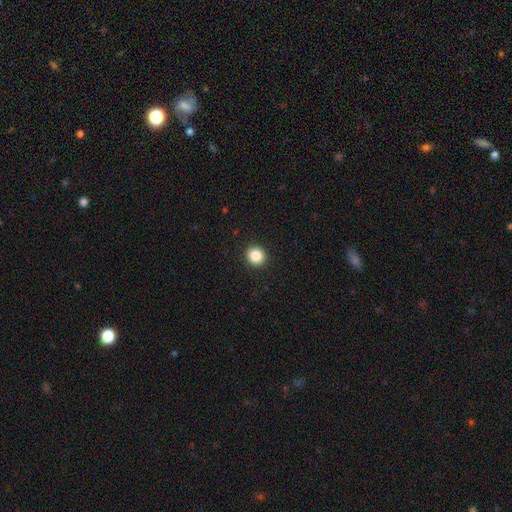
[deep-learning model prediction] A smooth galaxy with no disk features (86%) that is round (88%).

Vote fractions:
- Smooth or featured? smooth: 86% / star or artifact: 10% / featured or disk: 4%
- How rounded? round: 88% / in between: 11% / cigar-shaped: 1%
- Merging? none: 92% / minor disturbance: 5% / major disturbance: 2% / merger: 1%